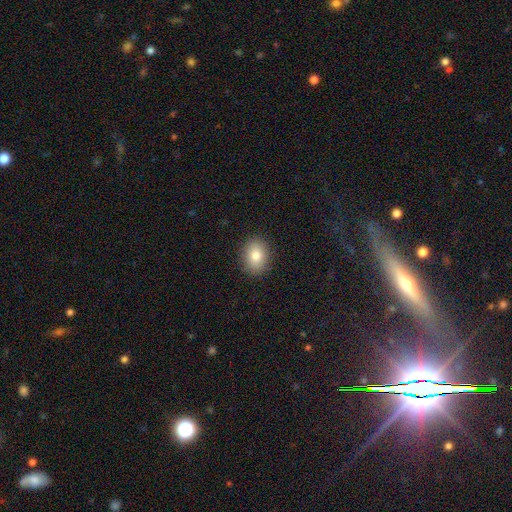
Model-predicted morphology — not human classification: Smooth or featured? Predicted: smooth (p=0.82). How rounded? Predicted: in between (p=0.68). Merging? Predicted: none (p=0.89).